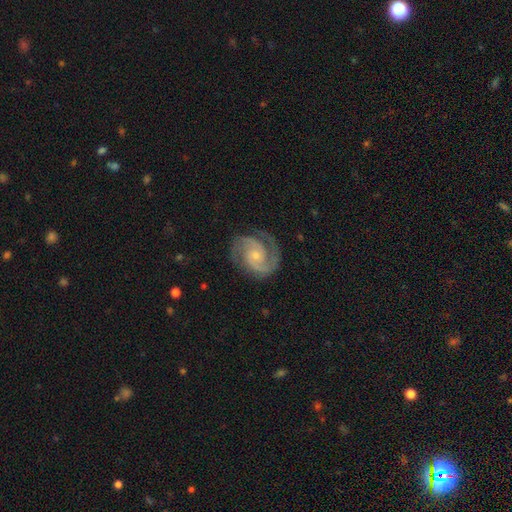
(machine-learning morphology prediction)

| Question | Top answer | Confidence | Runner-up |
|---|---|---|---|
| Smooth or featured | featured or disk | 92% | star or artifact (4%) |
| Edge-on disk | no | 98% | yes (2%) |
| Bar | no | 66% | weak (28%) |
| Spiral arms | yes | 98% | no (2%) |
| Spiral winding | medium | 51% | tight (41%) |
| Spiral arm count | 2 | 89% | 3 (4%) |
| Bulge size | small | 69% | moderate (25%) |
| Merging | none | 80% | minor disturbance (14%) |